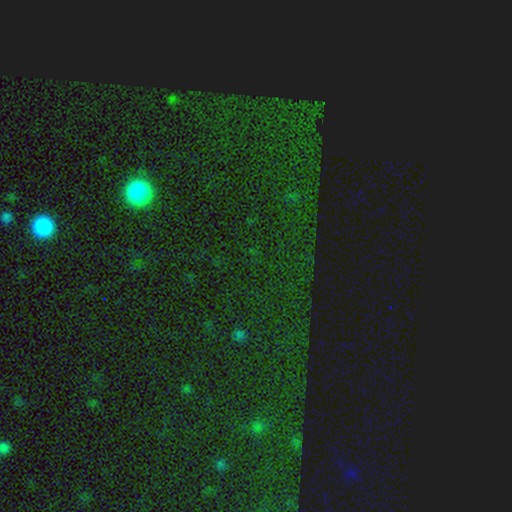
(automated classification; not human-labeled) Overall: star or artifact (76%).